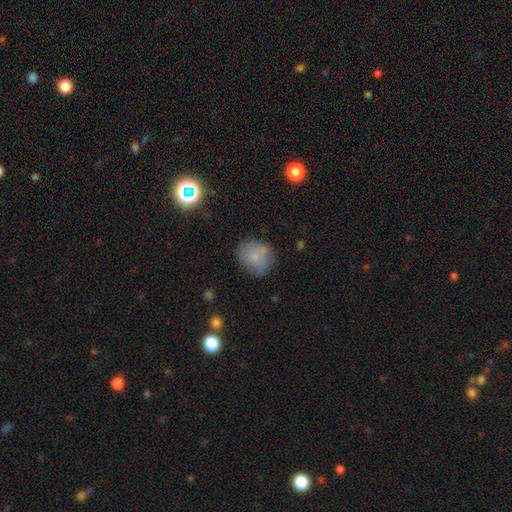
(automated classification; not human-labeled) A smooth galaxy with no disk features (73%) that is round (69%).

Vote fractions:
- Smooth or featured? smooth: 73% / featured or disk: 17% / star or artifact: 10%
- How rounded? round: 69% / in between: 30% / cigar-shaped: 1%
- Merging? none: 62% / minor disturbance: 23% / major disturbance: 8% / merger: 8%